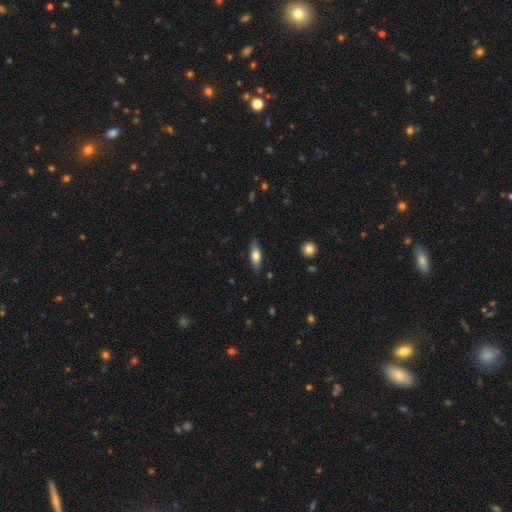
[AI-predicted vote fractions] Q: Smooth or featured?
A: smooth (68%); runner-up: featured or disk (26%)
Q: How rounded?
A: in between (53%); runner-up: cigar-shaped (45%)
Q: Merging?
A: none (84%); runner-up: minor disturbance (13%)